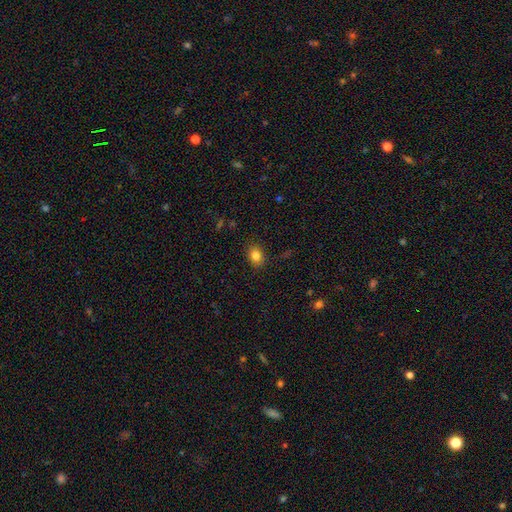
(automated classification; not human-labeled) smooth-or-featured: smooth: 83% | star or artifact: 11% | featured or disk: 6%
  how-rounded: in between: 53% | round: 46% | cigar-shaped: 1%
  merging: none: 88% | minor disturbance: 8% | major disturbance: 2% | merger: 1%